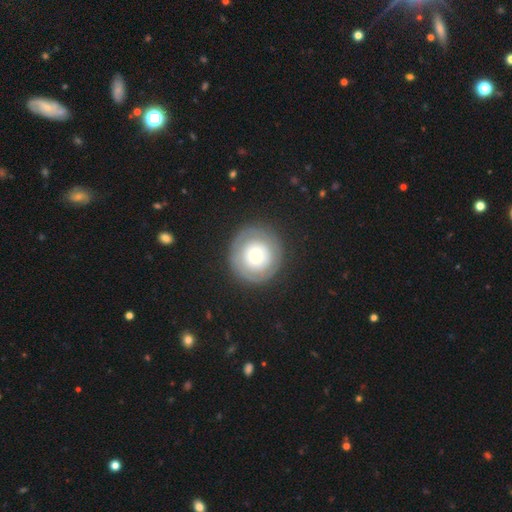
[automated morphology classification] Smooth or featured? Predicted: smooth (p=0.54). How rounded? Predicted: round (p=0.94). Merging? Predicted: none (p=0.83).